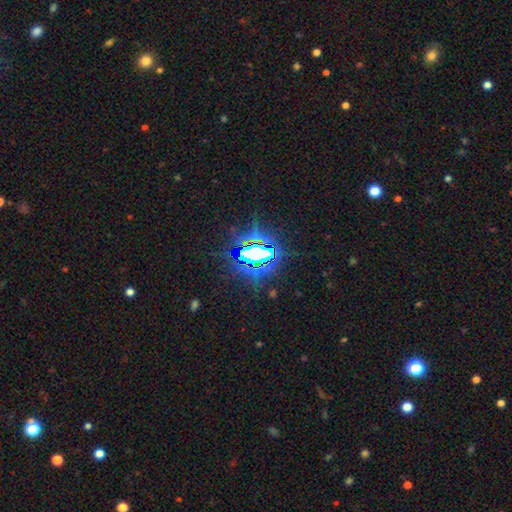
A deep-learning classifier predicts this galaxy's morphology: smooth-or-featured: star or artifact: 77% | smooth: 12% | featured or disk: 10%